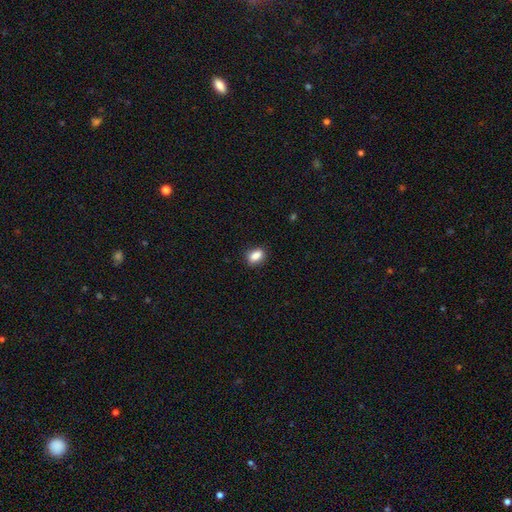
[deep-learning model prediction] Smooth or featured? smooth (87%)
How rounded? in between (81%)
Merging? none (84%)